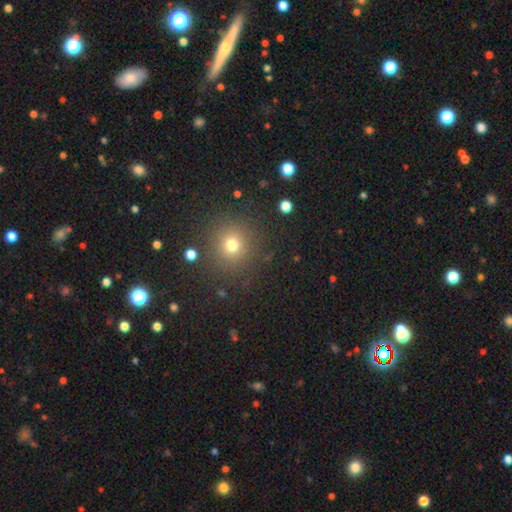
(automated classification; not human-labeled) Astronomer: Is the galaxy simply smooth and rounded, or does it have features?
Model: smooth — 53% (runner-up: star or artifact, 38%).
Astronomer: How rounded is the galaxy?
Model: round — 94%.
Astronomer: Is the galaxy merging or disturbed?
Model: none — 90%.